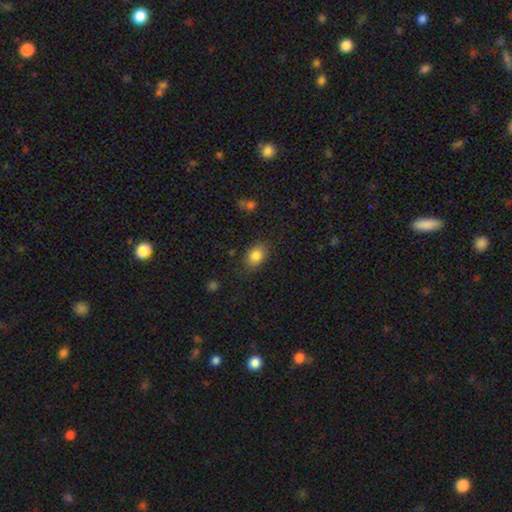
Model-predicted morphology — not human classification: The model was most divided on "how rounded": in between: 78%, round: 20%, cigar-shaped: 1%. More confident: smooth or featured — smooth (84%); merging — none (79%).